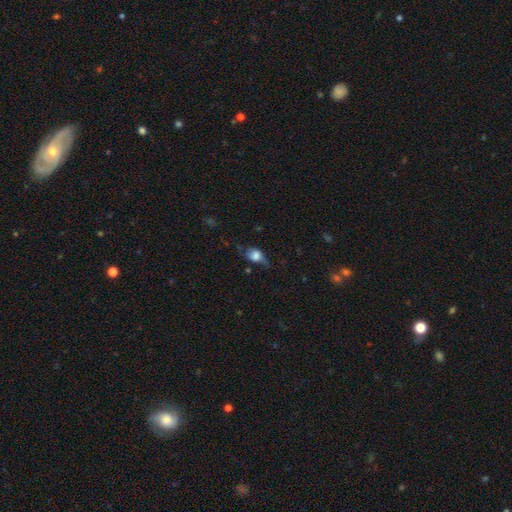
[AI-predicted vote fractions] Smooth or featured? smooth (66%)
How rounded? in between (65%)
Merging? none (42%)